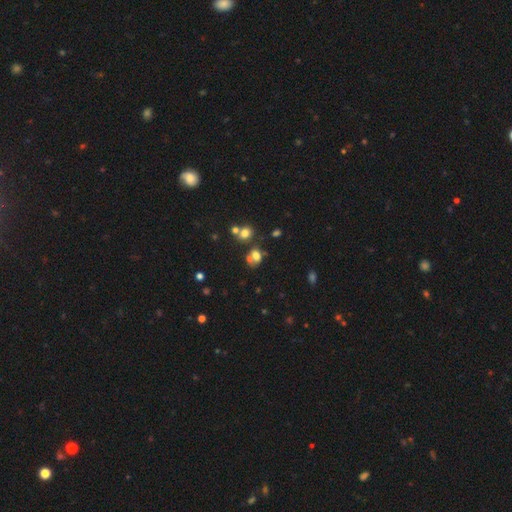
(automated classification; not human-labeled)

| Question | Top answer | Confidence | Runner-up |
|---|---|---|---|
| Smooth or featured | smooth | 65% | star or artifact (18%) |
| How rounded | in between | 55% | round (44%) |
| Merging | merger | 39% | none (38%) |